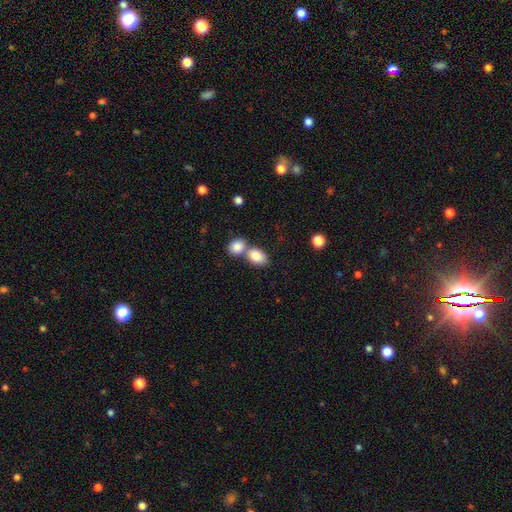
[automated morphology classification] Smooth or featured: smooth — 85% (featured or disk — 8%)
How rounded: in between — 80% (round — 18%)
Merging: merger — 52% (none — 37%)